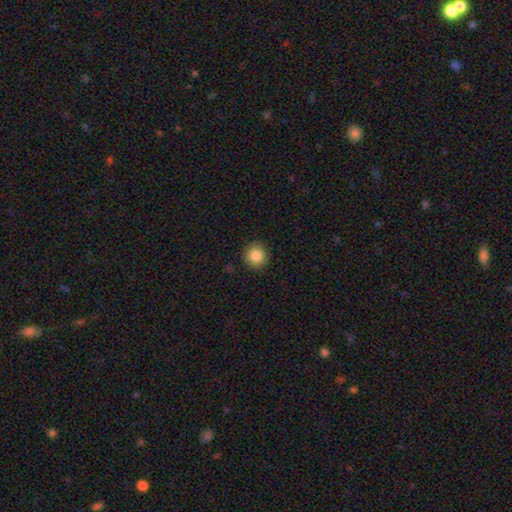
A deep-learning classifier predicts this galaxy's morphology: type=smooth (85%); roundness=round (92%); merging=none (91%).